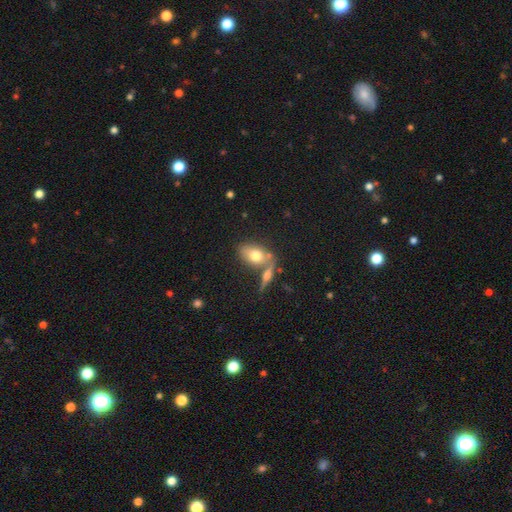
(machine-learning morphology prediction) Smooth or featured? Predicted: smooth (p=0.69). How rounded? Predicted: in between (p=0.83). Merging? Predicted: none (p=0.50).